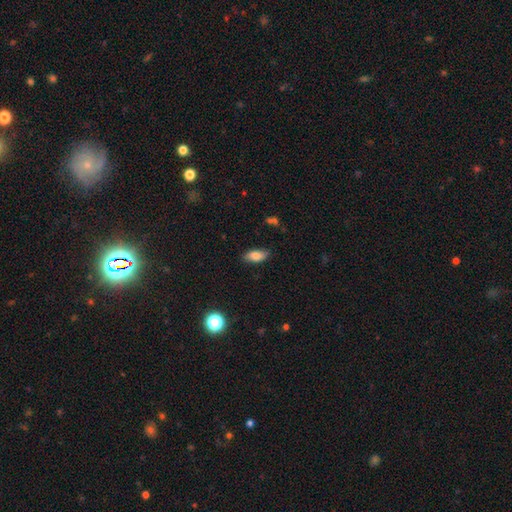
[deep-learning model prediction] smooth 82%, featured or disk 10%, star or artifact 8%. Down the decision tree: how rounded — in between (87%); merging — none (85%).